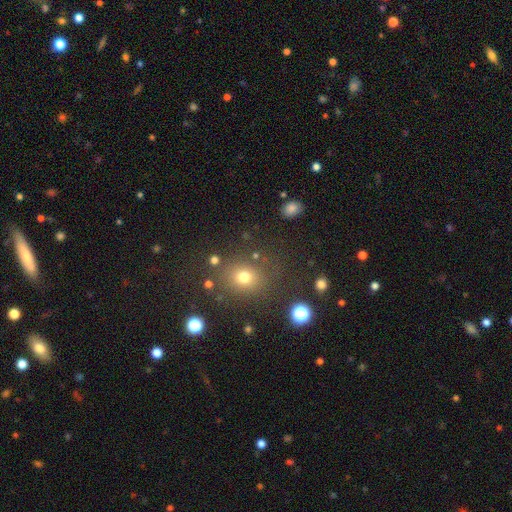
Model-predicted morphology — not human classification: Smooth or featured: smooth — 67% (star or artifact — 23%)
How rounded: round — 70% (in between — 29%)
Merging: none — 80% (minor disturbance — 10%)